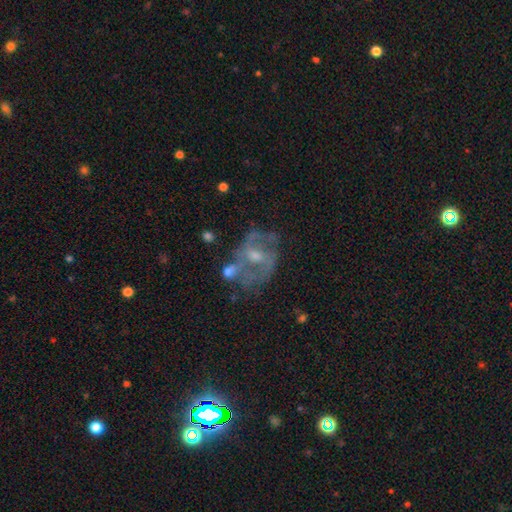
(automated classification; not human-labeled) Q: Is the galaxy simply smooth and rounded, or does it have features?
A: featured or disk — 71%.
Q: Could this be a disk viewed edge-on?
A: no — 97%.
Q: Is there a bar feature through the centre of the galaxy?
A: weak — 47%.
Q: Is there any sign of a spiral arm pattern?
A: yes — 64%.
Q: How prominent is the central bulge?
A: moderate — 48%.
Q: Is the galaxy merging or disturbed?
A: none — 40%.